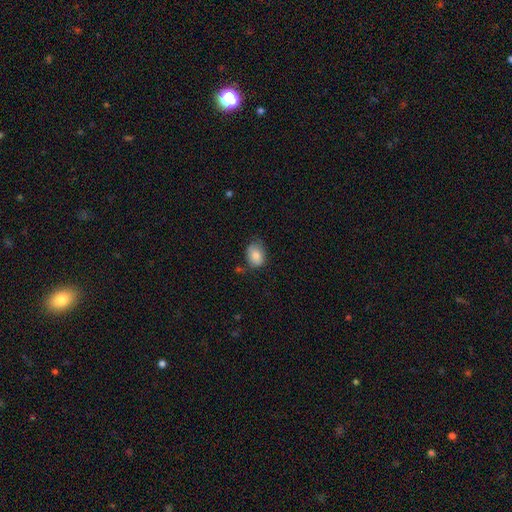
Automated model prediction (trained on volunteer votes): A smooth galaxy with no disk features (83%) that is in between round and cigar-shaped (70%). Merging: none (59%).